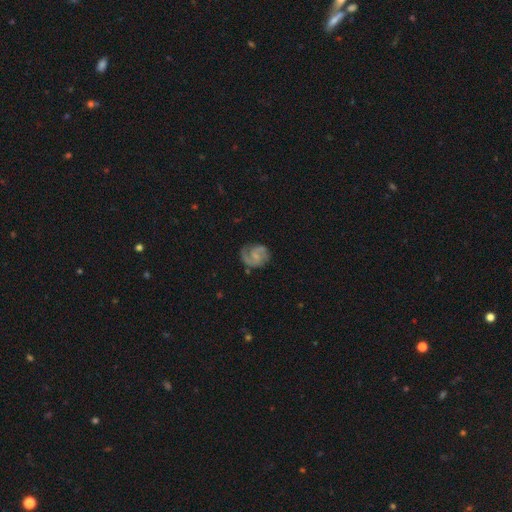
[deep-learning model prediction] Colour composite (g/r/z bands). It shows a featured or disk galaxy (81%) with no bar (50%), 2 (83%) medium (51%) spiral arms (96%) and a small central bulge (52%). Merging: none (74%).